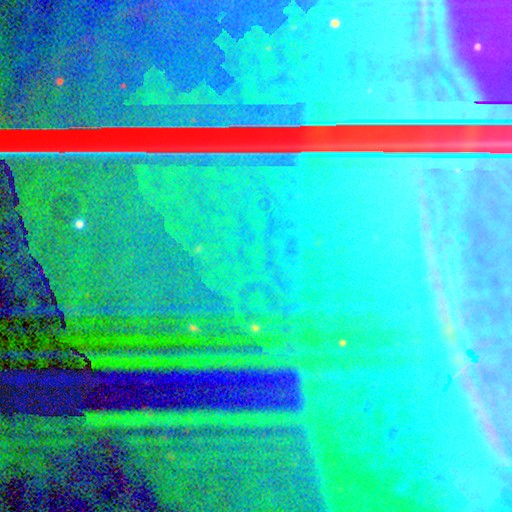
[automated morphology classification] Overall: star or artifact (85%).